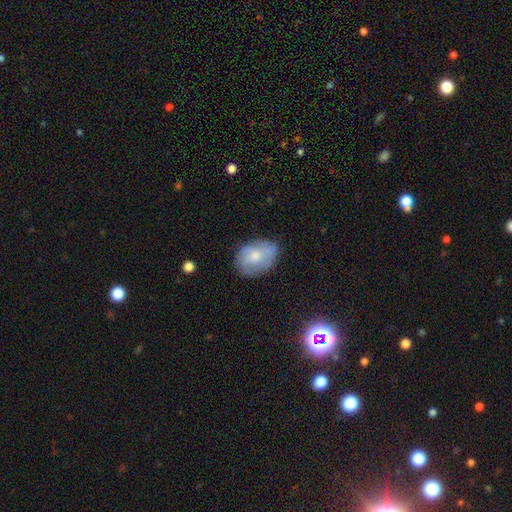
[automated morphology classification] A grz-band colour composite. It shows a smooth galaxy with no disk features (64%) that is in between round and cigar-shaped (71%). Merging: none (68%).